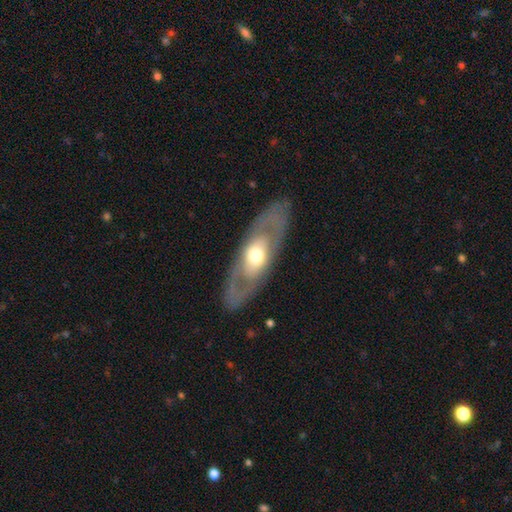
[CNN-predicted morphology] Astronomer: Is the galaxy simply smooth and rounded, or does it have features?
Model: featured or disk — 63%.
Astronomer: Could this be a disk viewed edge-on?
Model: no — 77%.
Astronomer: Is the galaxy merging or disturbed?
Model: none — 83%.